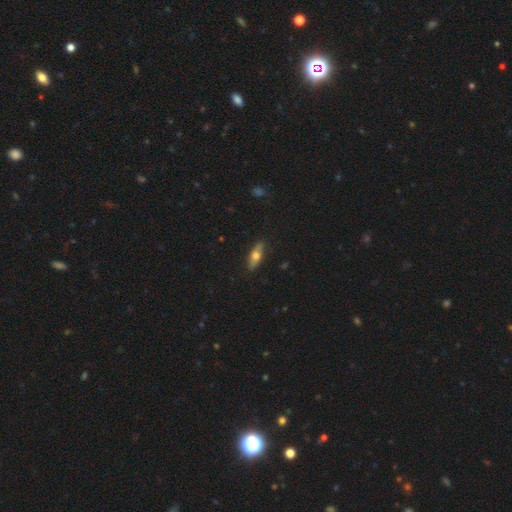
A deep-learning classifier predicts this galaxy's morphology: Smooth or featured? smooth (53%)
How rounded? in between (49%)
Merging? none (87%)